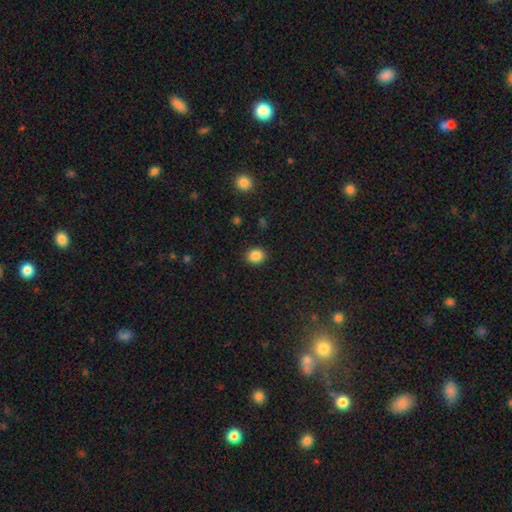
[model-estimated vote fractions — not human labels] A smooth galaxy with no disk features (86%) that is round (69%). Merging: none (91%).